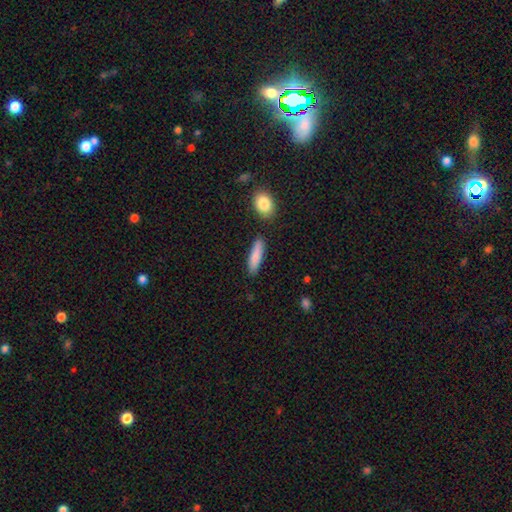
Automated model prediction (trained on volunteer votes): A smooth galaxy with no disk features (84%) that is cigar-shaped (67%). Merging: none (84%).